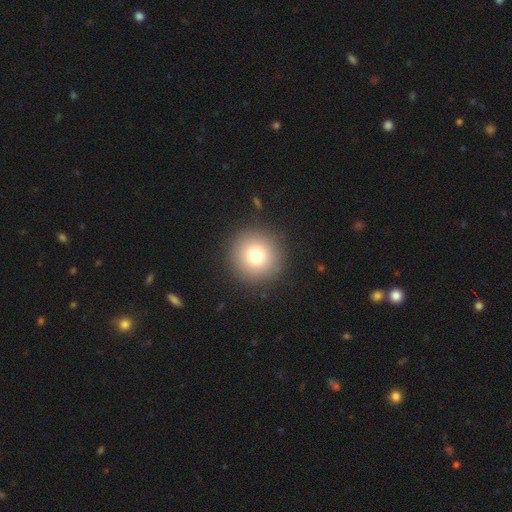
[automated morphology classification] The model was most divided on "smooth or featured": smooth: 78%, star or artifact: 12%, featured or disk: 11%. More confident: how rounded — round (96%); merging — none (91%).